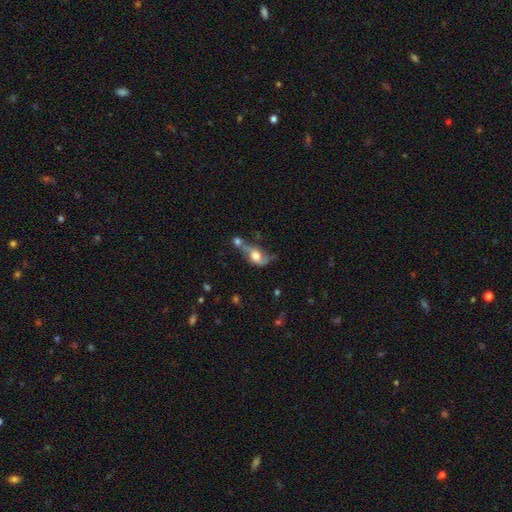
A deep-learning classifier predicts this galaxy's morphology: This appears to be a featured or disk galaxy (56%). Merging: merger (39%).